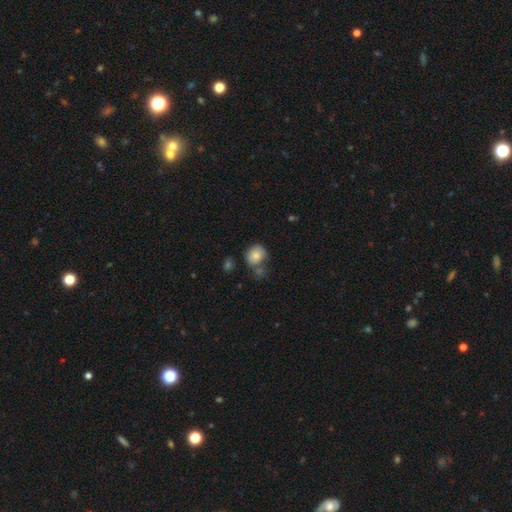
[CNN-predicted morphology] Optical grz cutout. It shows a smooth galaxy with no disk features (82%) that is round (66%). Merging: none (57%).